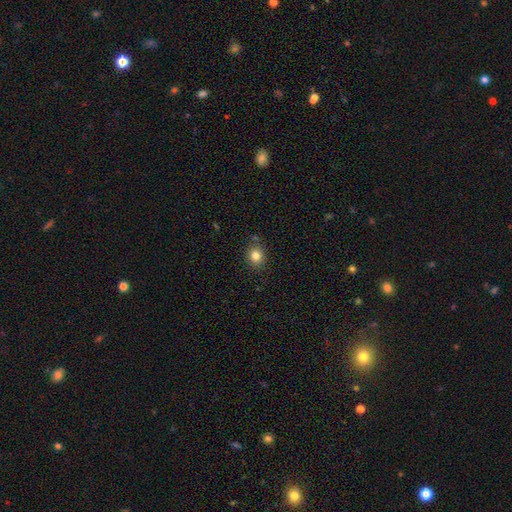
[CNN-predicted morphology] A smooth galaxy with no disk features (82%) that is round (71%). Merging: none (83%).